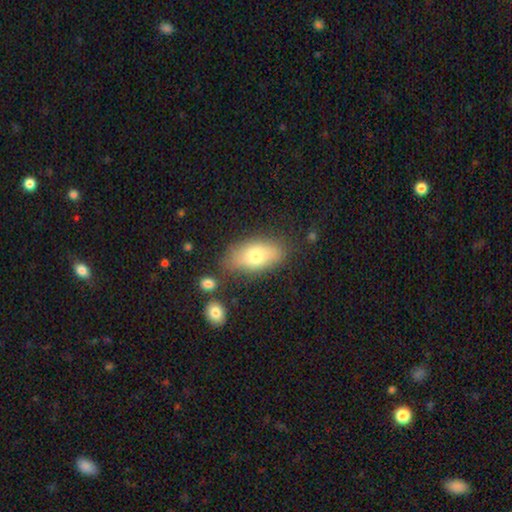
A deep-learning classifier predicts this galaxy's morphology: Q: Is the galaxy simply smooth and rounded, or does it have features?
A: smooth — 73%.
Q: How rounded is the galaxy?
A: in between — 87%.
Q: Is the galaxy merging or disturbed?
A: none — 75%.